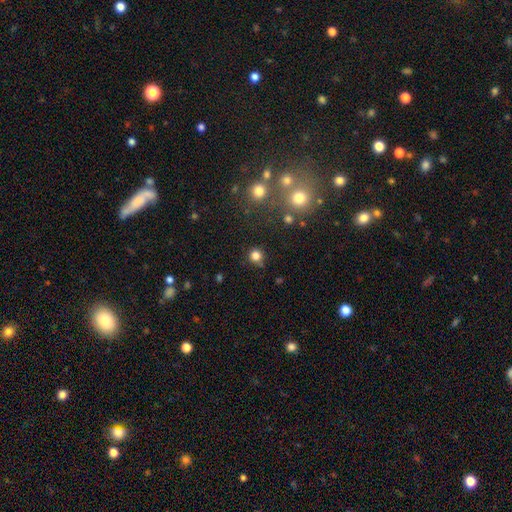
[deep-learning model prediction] Smooth or featured: smooth — 80% (star or artifact — 15%)
How rounded: round — 92% (in between — 7%)
Merging: none — 83% (minor disturbance — 9%)